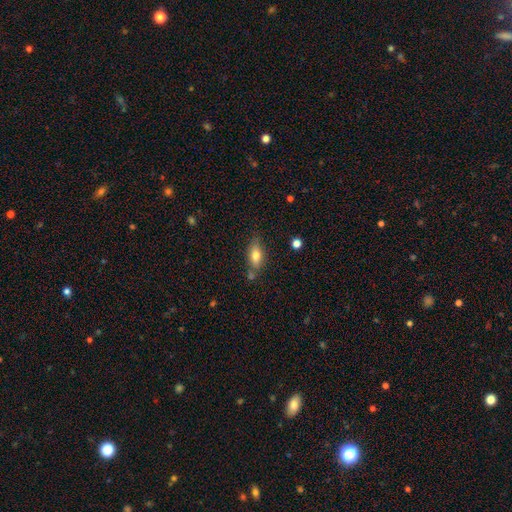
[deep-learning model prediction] smooth 73%, featured or disk 19%, star or artifact 8%. Down the decision tree: how rounded — in between (79%); merging — none (69%).